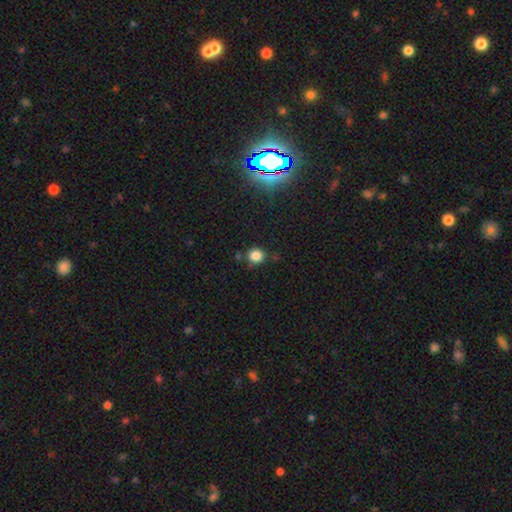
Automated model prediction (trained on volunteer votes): Smooth or featured?
  - smooth: 83% *
  - star or artifact: 12%
  - featured or disk: 5%
How rounded?
  - round: 88% *
  - in between: 11%
  - cigar-shaped: 1%
Merging?
  - none: 79% *
  - minor disturbance: 12%
  - merger: 6%
  - major disturbance: 3%